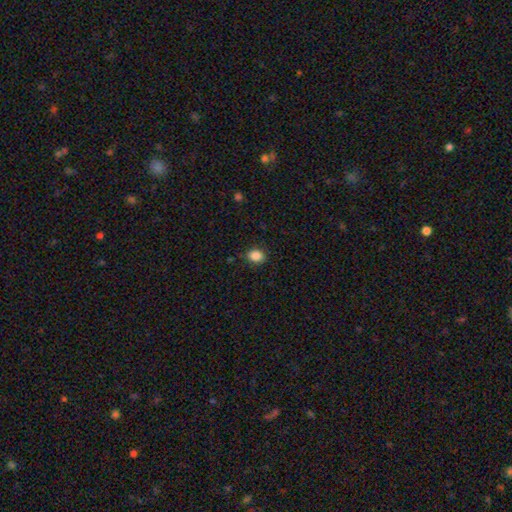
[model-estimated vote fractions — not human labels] smooth 87%, star or artifact 10%, featured or disk 4%. Down the decision tree: how rounded — in between (56%); merging — none (86%).